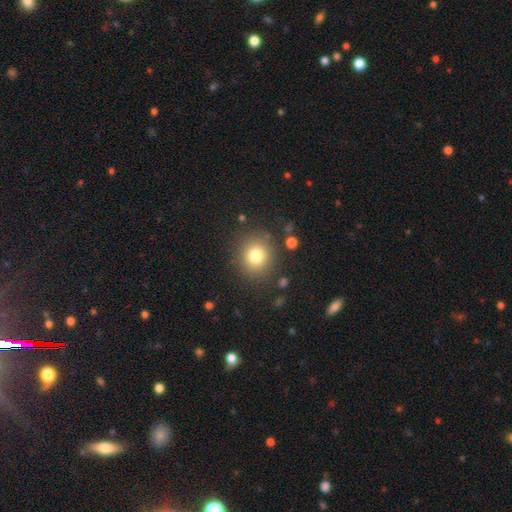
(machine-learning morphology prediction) This appears to be a smooth galaxy with no disk features (79%) that is round (86%). Merging: none (86%).